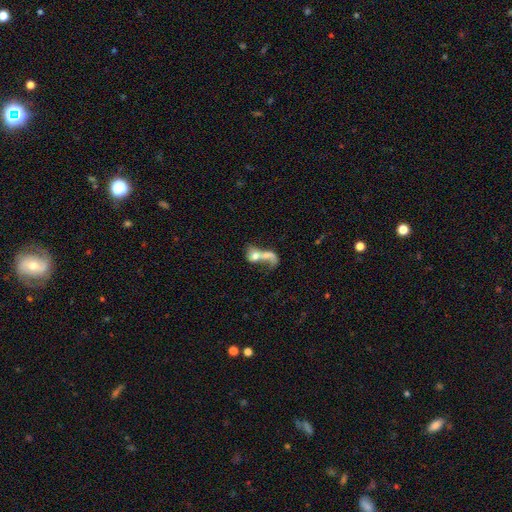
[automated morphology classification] A smooth galaxy with no disk features (51%) that is in between round and cigar-shaped (63%).

Vote fractions:
- Smooth or featured? smooth: 51% / featured or disk: 39% / star or artifact: 10%
- How rounded? in between: 63% / round: 27% / cigar-shaped: 9%
- Merging? merger: 63% / major disturbance: 20% / none: 12% / minor disturbance: 6%